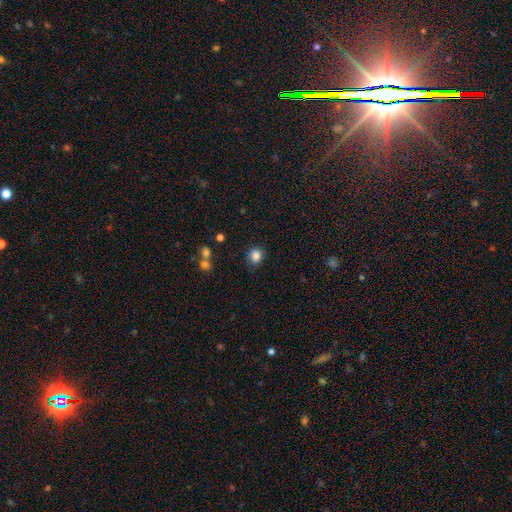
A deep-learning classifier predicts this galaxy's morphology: type=smooth (85%); roundness=round (78%); merging=none (84%).